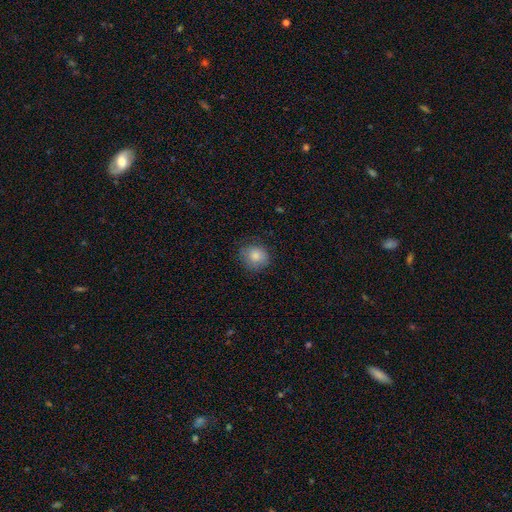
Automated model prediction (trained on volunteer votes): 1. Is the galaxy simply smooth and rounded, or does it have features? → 83% smooth, 9% star or artifact, 8% featured or disk.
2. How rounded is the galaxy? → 78% round, 21% in between, 1% cigar-shaped.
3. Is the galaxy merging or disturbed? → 79% none, 16% minor disturbance, 4% major disturbance, 1% merger.